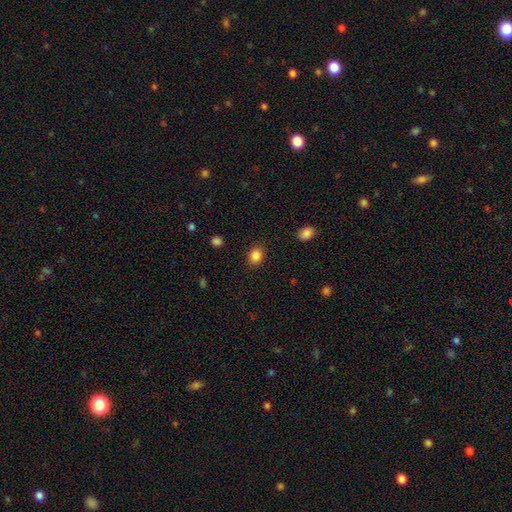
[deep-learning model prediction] This is clearly a smooth galaxy (86%). How rounded: possibly round (54%). Merging: clearly none (87%).